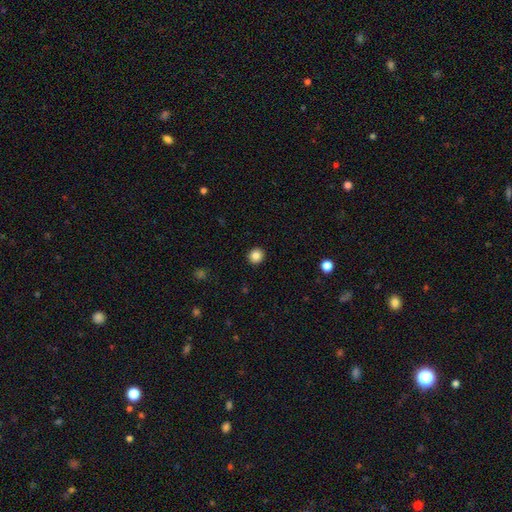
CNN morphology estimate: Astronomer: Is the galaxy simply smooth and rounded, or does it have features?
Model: smooth — 85%.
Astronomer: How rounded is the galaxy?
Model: round — 91%.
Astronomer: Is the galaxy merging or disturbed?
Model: none — 93%.